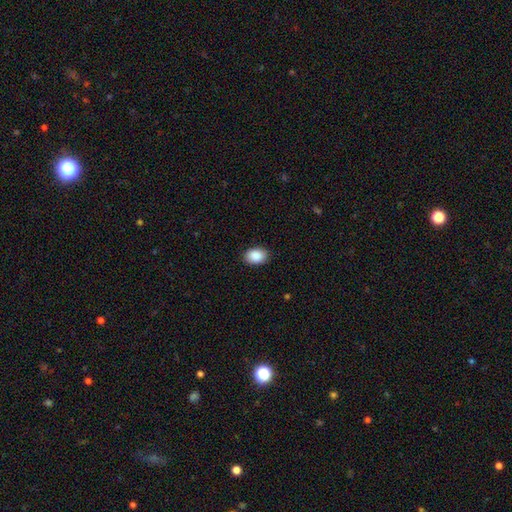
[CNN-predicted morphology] This is clearly a smooth galaxy (90%). How rounded: clearly in between (80%). Merging: clearly none (89%).